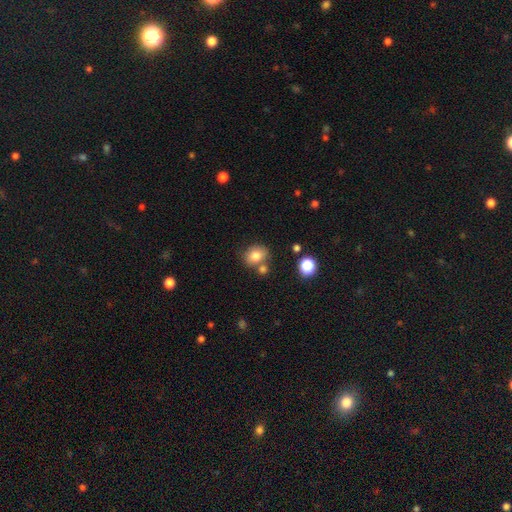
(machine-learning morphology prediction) smooth-or-featured: smooth: 79% | star or artifact: 11% | featured or disk: 10%
  how-rounded: round: 60% | in between: 39% | cigar-shaped: 1%
  merging: none: 64% | merger: 18% | minor disturbance: 14% | major disturbance: 4%